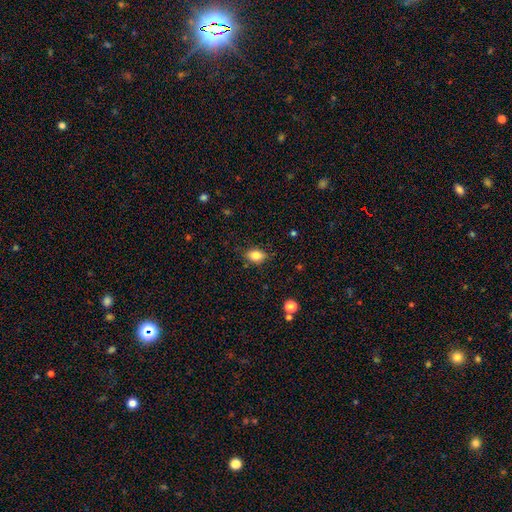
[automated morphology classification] Smooth or featured: smooth — 83% (star or artifact — 9%)
How rounded: in between — 76% (round — 22%)
Merging: none — 81% (minor disturbance — 14%)